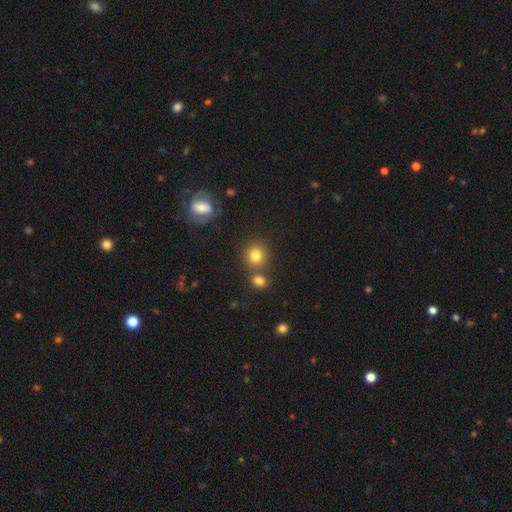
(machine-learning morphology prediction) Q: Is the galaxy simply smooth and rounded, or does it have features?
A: smooth — 80%.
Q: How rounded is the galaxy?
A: round — 84%.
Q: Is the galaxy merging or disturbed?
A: none — 70%.